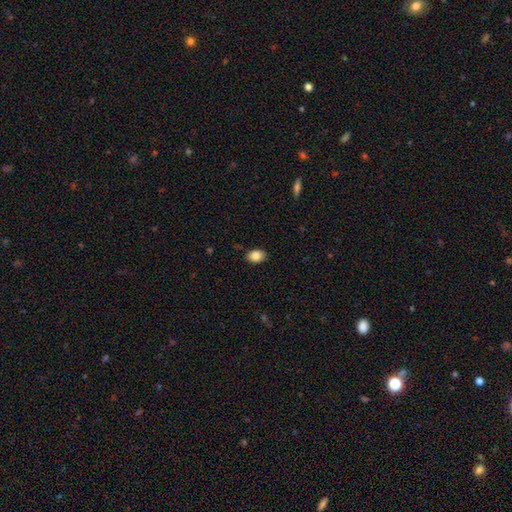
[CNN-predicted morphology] A smooth galaxy with no disk features (86%) that is in between round and cigar-shaped (78%). Merging: none (87%).